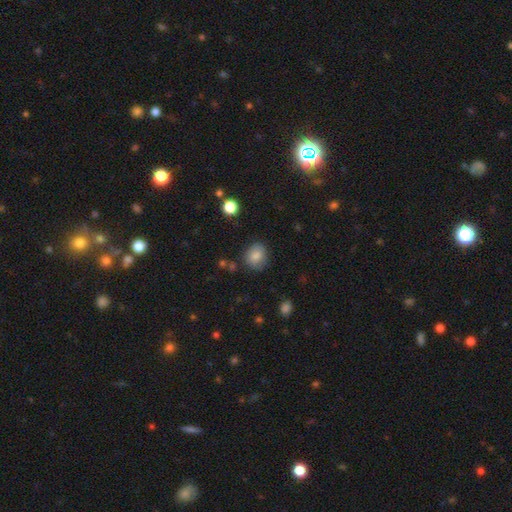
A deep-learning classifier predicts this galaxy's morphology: smooth-or-featured: smooth: 83% | star or artifact: 9% | featured or disk: 8%
  how-rounded: round: 64% | in between: 35% | cigar-shaped: 1%
  merging: none: 76% | minor disturbance: 17% | major disturbance: 4% | merger: 3%